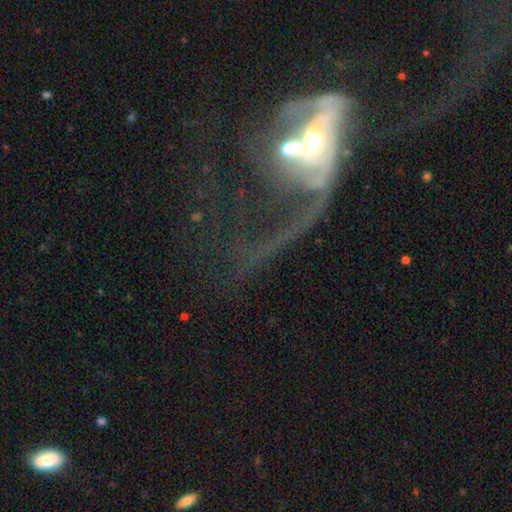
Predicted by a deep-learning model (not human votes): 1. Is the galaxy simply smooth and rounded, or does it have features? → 71% featured or disk, 17% smooth, 12% star or artifact.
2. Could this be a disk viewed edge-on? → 92% no, 8% yes.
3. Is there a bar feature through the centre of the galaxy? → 56% no, 28% weak, 16% strong.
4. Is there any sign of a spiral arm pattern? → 63% yes, 37% no.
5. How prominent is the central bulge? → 54% moderate, 31% small, 7% large, 4% none, 3% dominant.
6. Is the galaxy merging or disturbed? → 51% merger, 31% major disturbance, 11% none, 7% minor disturbance.